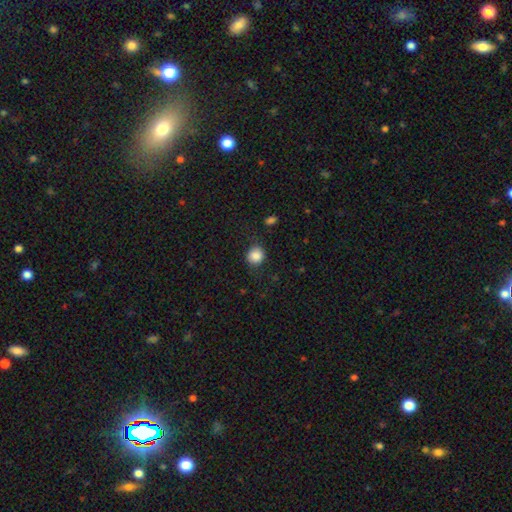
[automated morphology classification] smooth_or_featured: smooth (p=0.86) [alt: star or artifact p=0.09]
how_rounded: round (p=0.85) [alt: in between p=0.14]
merging: none (p=0.78) [alt: minor disturbance p=0.15]